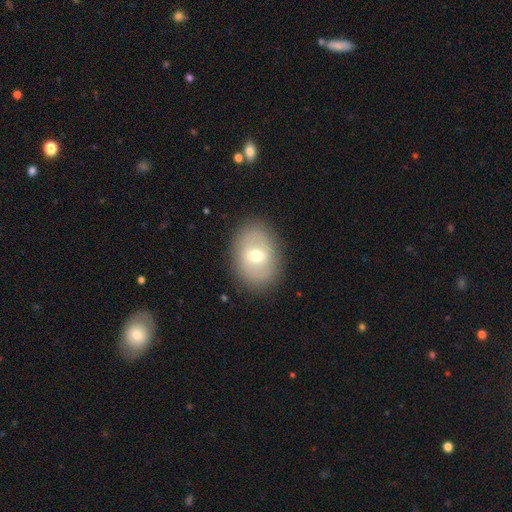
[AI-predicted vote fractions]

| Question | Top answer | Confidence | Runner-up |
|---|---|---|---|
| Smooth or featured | smooth | 52% | featured or disk (39%) |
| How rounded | in between | 71% | round (28%) |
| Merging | none | 86% | minor disturbance (9%) |